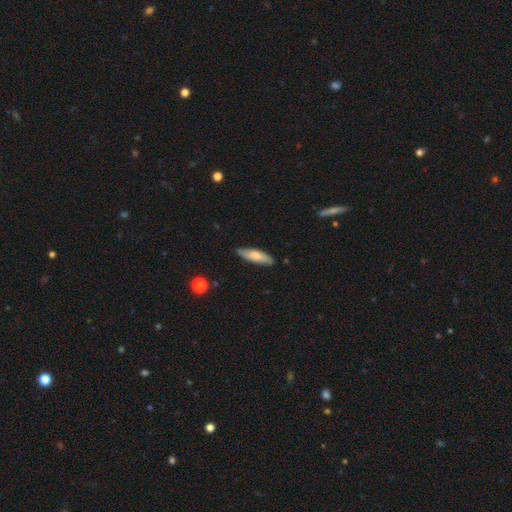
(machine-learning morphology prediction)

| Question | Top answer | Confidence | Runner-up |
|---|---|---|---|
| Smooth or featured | smooth | 69% | featured or disk (25%) |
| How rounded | cigar-shaped | 59% | in between (39%) |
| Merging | none | 84% | minor disturbance (13%) |